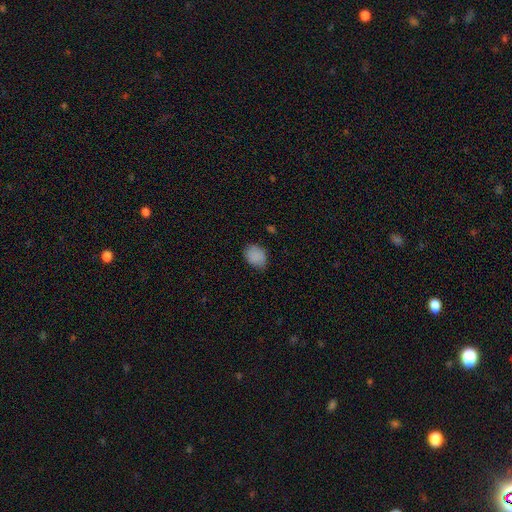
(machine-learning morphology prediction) smooth-or-featured: smooth: 87% | star or artifact: 8% | featured or disk: 4%
  how-rounded: in between: 58% | round: 41% | cigar-shaped: 1%
  merging: none: 71% | minor disturbance: 24% | major disturbance: 4% | merger: 1%